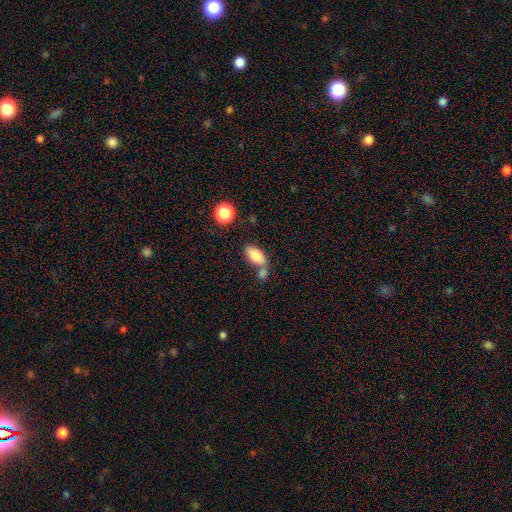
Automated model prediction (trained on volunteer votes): Smooth or featured: smooth — 81% (featured or disk — 11%)
How rounded: in between — 90% (cigar-shaped — 6%)
Merging: none — 48% (merger — 32%)